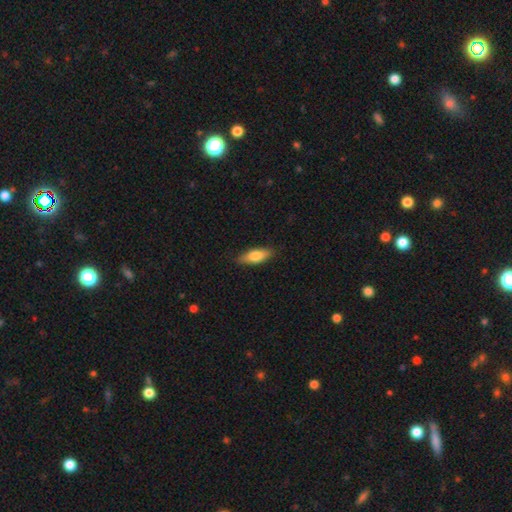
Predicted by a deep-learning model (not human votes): The model was most divided on "how rounded": in between: 70%, cigar-shaped: 28%, round: 2%. More confident: merging — none (84%); smooth or featured — smooth (76%).